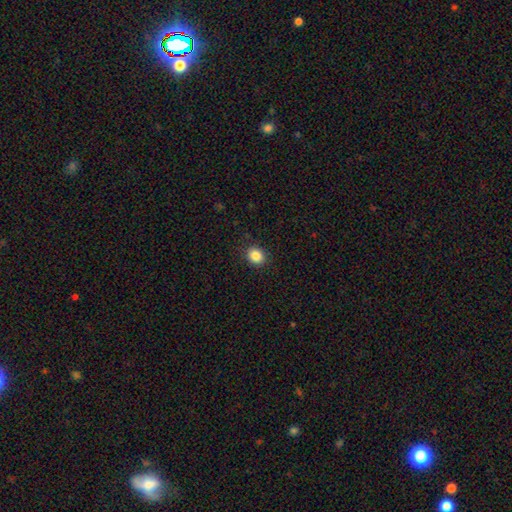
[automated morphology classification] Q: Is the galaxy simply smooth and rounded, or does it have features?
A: smooth — 86%.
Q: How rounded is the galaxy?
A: round — 65%.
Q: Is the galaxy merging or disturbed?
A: none — 89%.